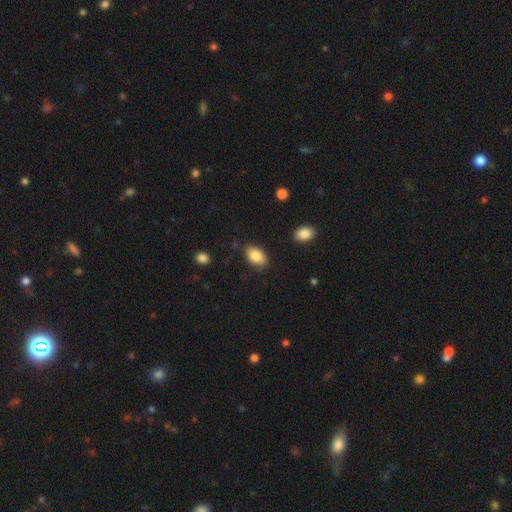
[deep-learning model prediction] smooth-or-featured: smooth: 85% | featured or disk: 8% | star or artifact: 7%
  how-rounded: in between: 87% | round: 12% | cigar-shaped: 1%
  merging: none: 83% | minor disturbance: 13% | major disturbance: 3% | merger: 2%